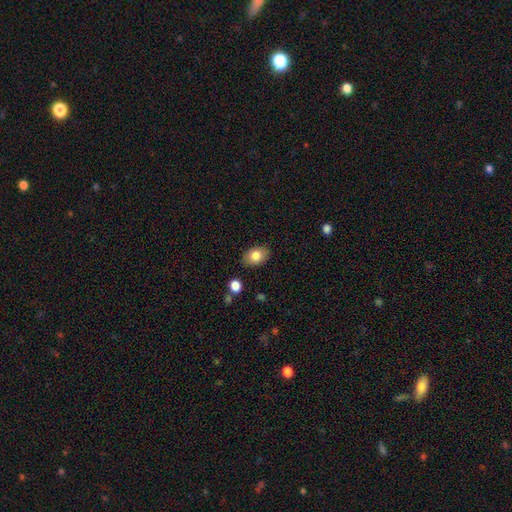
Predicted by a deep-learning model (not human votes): smooth_or_featured: smooth (p=0.82) [alt: featured or disk p=0.10]
how_rounded: in between (p=0.80) [alt: round p=0.19]
merging: none (p=0.85) [alt: minor disturbance p=0.11]